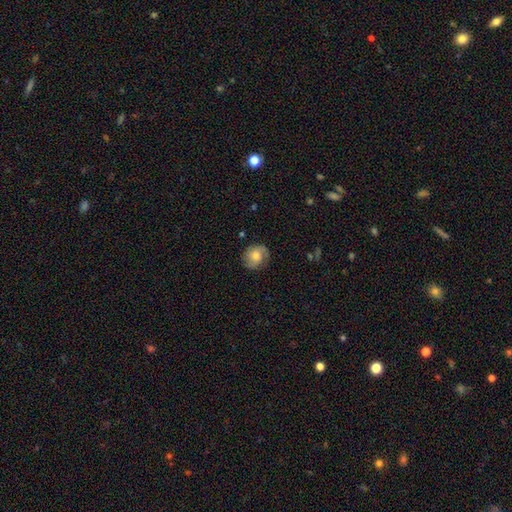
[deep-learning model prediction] The model was most divided on "smooth or featured": smooth: 55%, featured or disk: 37%, star or artifact: 8%. More confident: merging — none (74%); how rounded — round (69%).